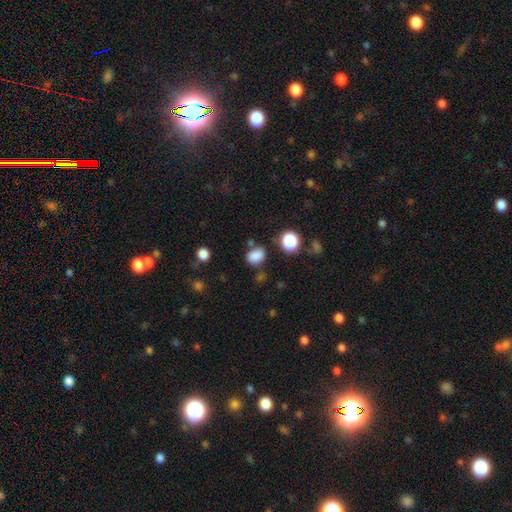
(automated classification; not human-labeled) The model was most divided on "how rounded": in between: 65%, round: 34%, cigar-shaped: 1%. More confident: smooth or featured — smooth (83%); merging — none (71%).